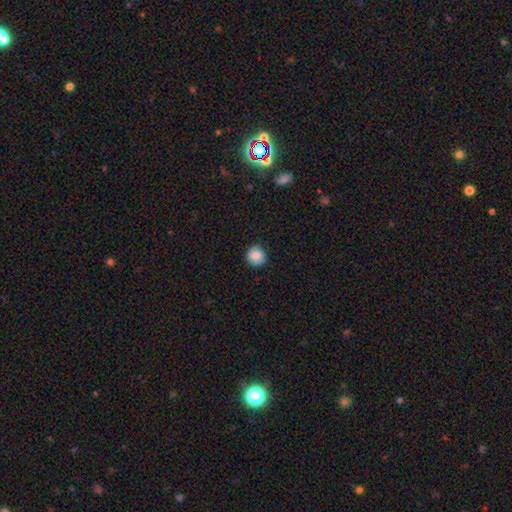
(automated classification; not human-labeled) Smooth or featured?
  - smooth: 85% *
  - star or artifact: 9%
  - featured or disk: 7%
How rounded?
  - round: 87% *
  - in between: 12%
  - cigar-shaped: 1%
Merging?
  - none: 85% *
  - minor disturbance: 12%
  - major disturbance: 2%
  - merger: 1%